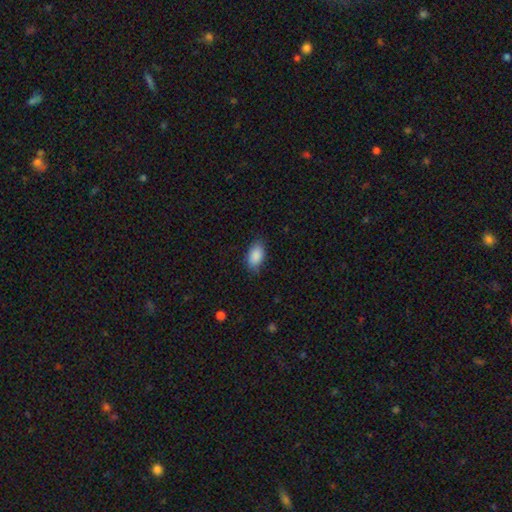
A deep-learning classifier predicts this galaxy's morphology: smooth 89%, star or artifact 7%, featured or disk 4%. Down the decision tree: how rounded — in between (93%); merging — none (80%).